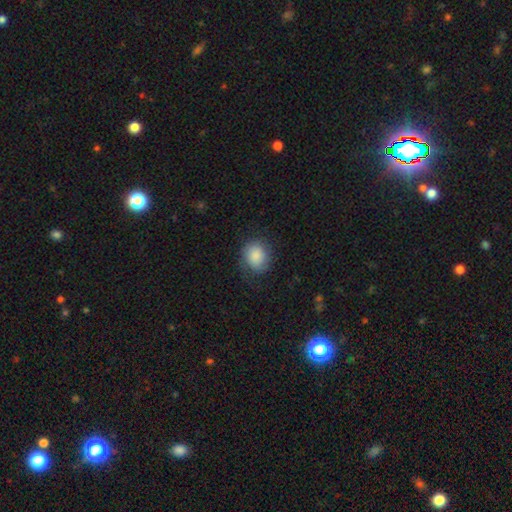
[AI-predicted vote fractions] The model was most divided on "how rounded": round: 68%, in between: 32%, cigar-shaped: 1%. More confident: smooth or featured — smooth (83%); merging — none (70%).